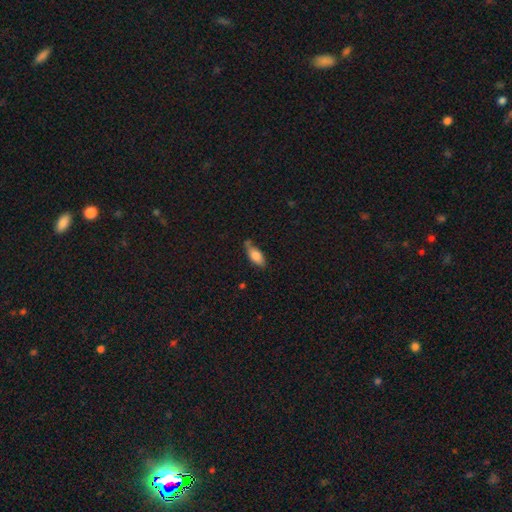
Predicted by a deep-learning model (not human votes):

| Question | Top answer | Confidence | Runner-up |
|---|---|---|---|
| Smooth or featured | smooth | 80% | featured or disk (13%) |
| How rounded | in between | 83% | cigar-shaped (14%) |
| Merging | none | 57% | minor disturbance (28%) |